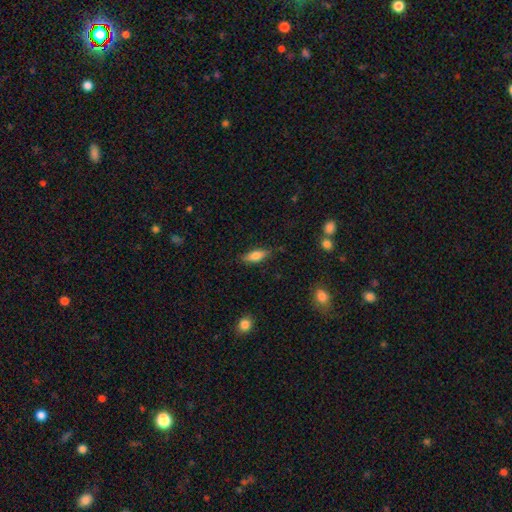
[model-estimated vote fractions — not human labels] smooth-or-featured: smooth: 75% | featured or disk: 18% | star or artifact: 7%
  how-rounded: in between: 64% | cigar-shaped: 33% | round: 2%
  merging: none: 81% | minor disturbance: 15% | major disturbance: 3% | merger: 2%